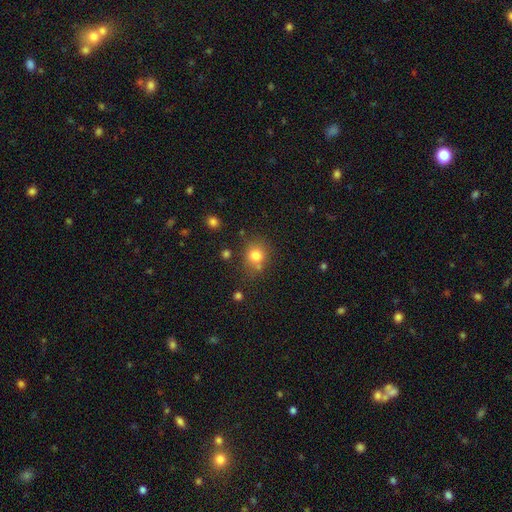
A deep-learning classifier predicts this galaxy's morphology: Smooth or featured: smooth — 79% (star or artifact — 13%)
How rounded: round — 82% (in between — 17%)
Merging: none — 70% (minor disturbance — 14%)